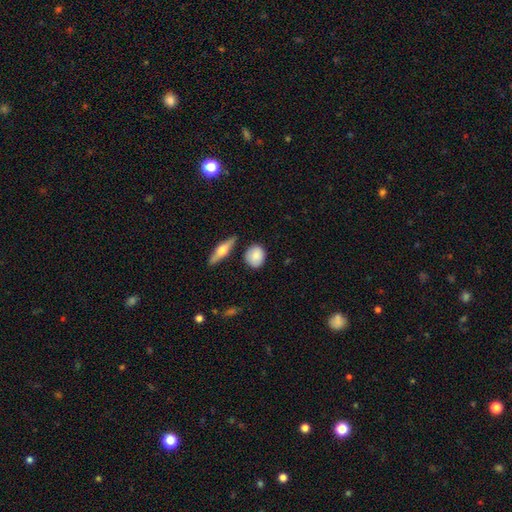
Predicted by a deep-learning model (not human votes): A smooth galaxy with no disk features (83%) that is round (58%). Merging: none (79%).